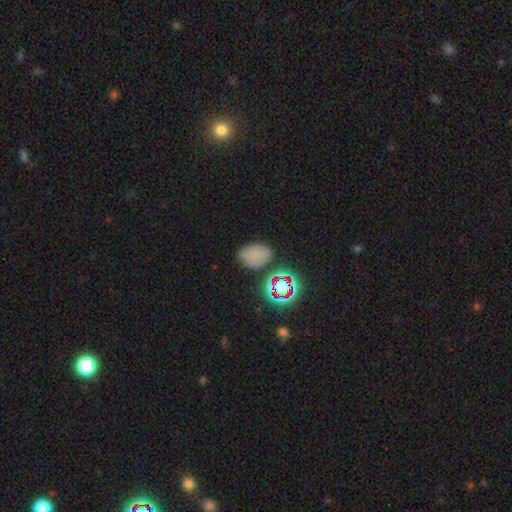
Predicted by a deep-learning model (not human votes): Smooth or featured? Predicted: smooth (p=0.63). How rounded? Predicted: in between (p=0.76). Merging? Predicted: none (p=0.72).